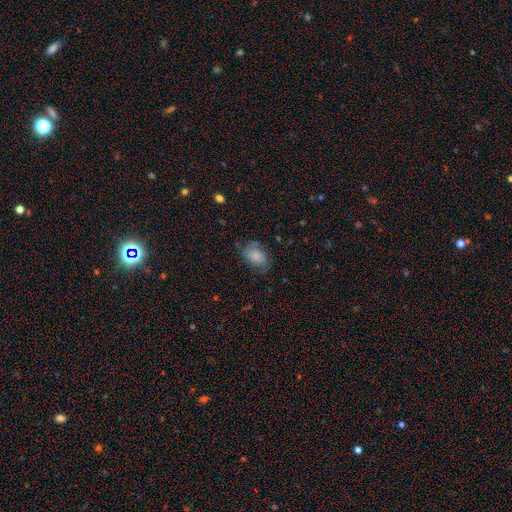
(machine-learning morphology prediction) A smooth galaxy with no disk features (70%) that is in between round and cigar-shaped (76%). Merging: none (59%).